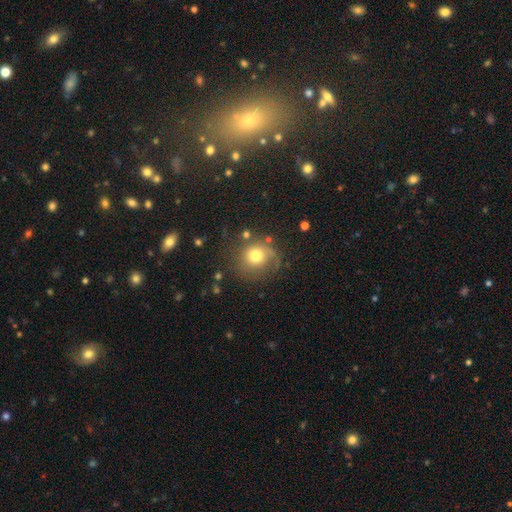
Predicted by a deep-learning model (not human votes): A smooth galaxy with no disk features (68%) that is round (86%). Merging: none (63%).